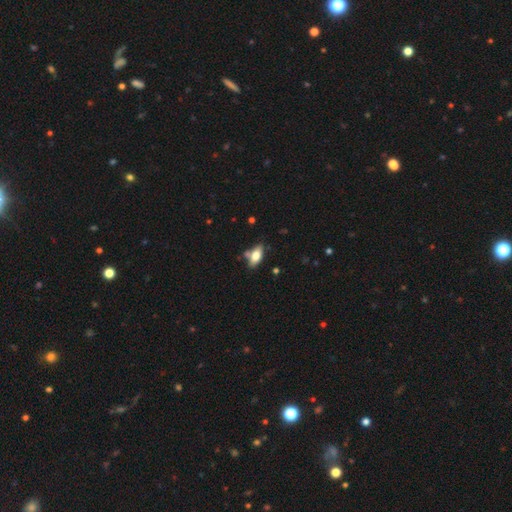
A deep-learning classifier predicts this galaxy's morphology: A smooth galaxy with no disk features (72%) that is in between round and cigar-shaped (86%).

Vote fractions:
- Smooth or featured? smooth: 72% / featured or disk: 21% / star or artifact: 7%
- How rounded? in between: 86% / cigar-shaped: 10% / round: 4%
- Merging? none: 64% / minor disturbance: 19% / merger: 11% / major disturbance: 5%